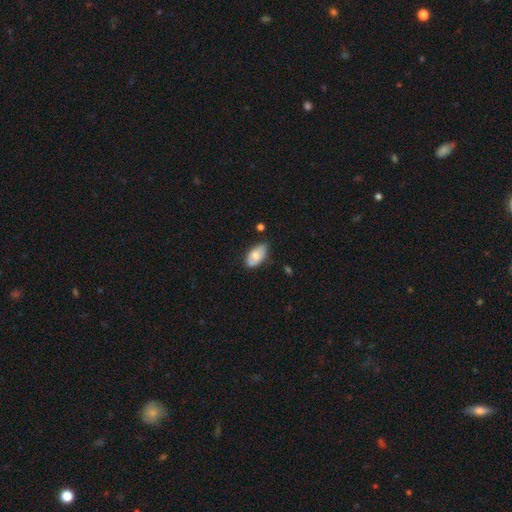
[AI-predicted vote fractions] Smooth or featured? smooth (68%)
How rounded? in between (94%)
Merging? none (66%)